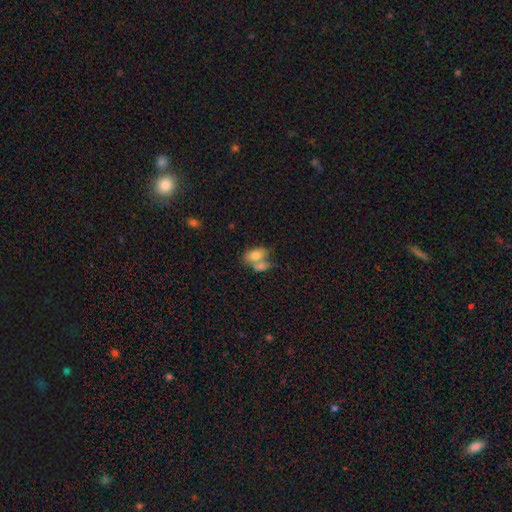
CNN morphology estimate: Smooth or featured?
  - smooth: 76% *
  - featured or disk: 16%
  - star or artifact: 8%
How rounded?
  - in between: 88% *
  - round: 10%
  - cigar-shaped: 2%
Merging?
  - merger: 56% *
  - none: 28%
  - minor disturbance: 11%
  - major disturbance: 6%